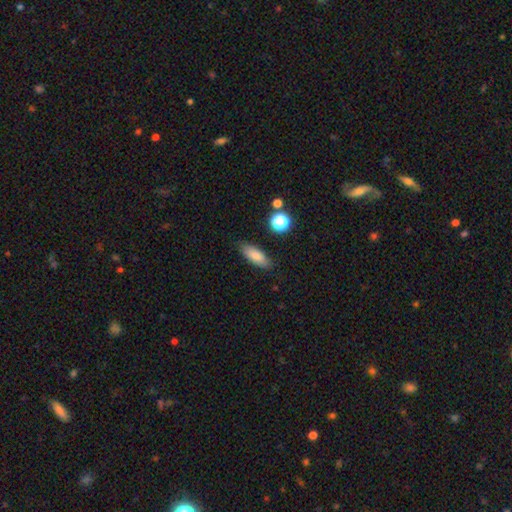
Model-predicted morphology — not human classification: Q: Smooth or featured?
A: smooth (81%); runner-up: featured or disk (10%)
Q: How rounded?
A: in between (68%); runner-up: cigar-shaped (29%)
Q: Merging?
A: none (85%); runner-up: minor disturbance (11%)